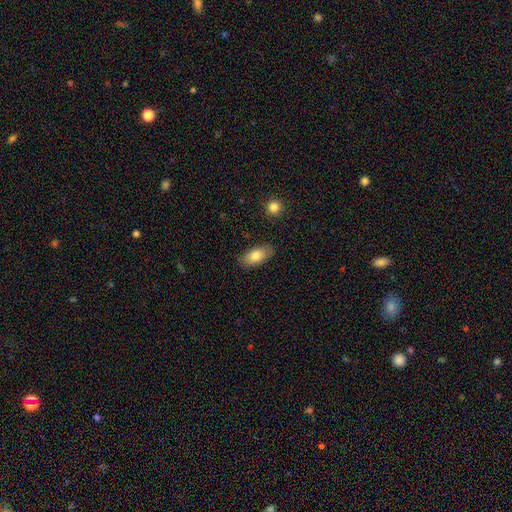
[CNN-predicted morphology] This is clearly a smooth galaxy (80%). How rounded: clearly in between (90%). Merging: clearly none (86%).